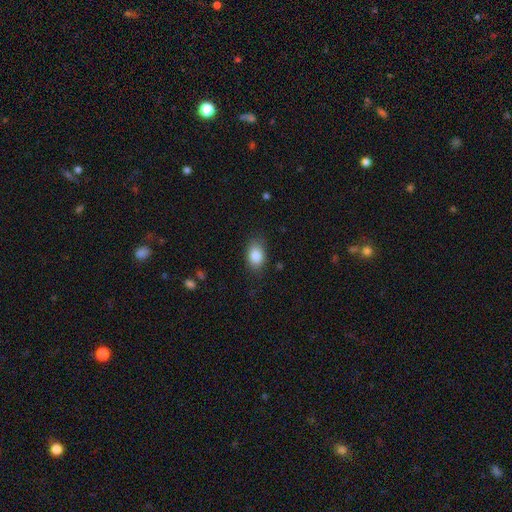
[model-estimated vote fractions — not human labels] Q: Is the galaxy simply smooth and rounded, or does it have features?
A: smooth — 86%.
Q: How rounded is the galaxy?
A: in between — 82%.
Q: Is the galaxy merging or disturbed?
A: none — 80%.